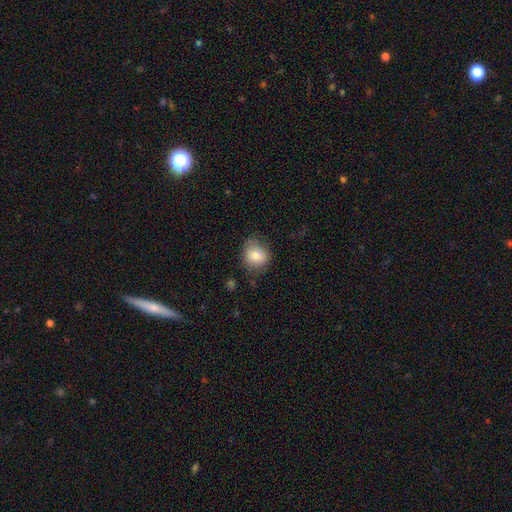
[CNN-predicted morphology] Overall: smooth (81%). How rounded: round (66%; in between 33%). Merging: none (69%).